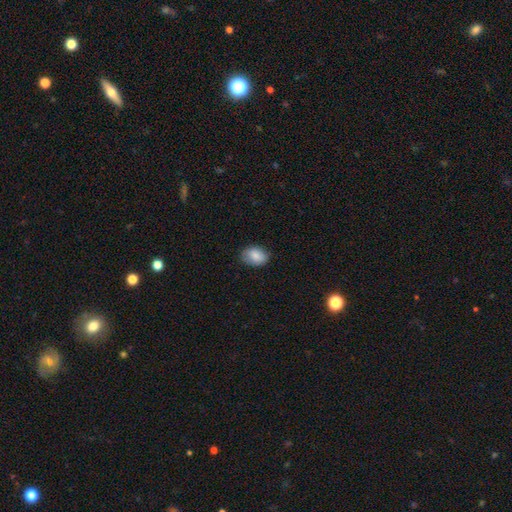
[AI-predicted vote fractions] This is clearly a smooth galaxy (85%). How rounded: clearly in between (81%). Merging: clearly none (81%).